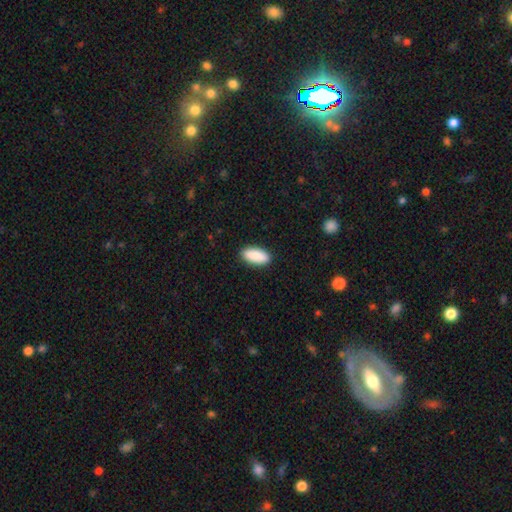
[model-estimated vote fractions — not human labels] Morphology: type=smooth (91%); roundness=in between (89%); merging=none (91%).